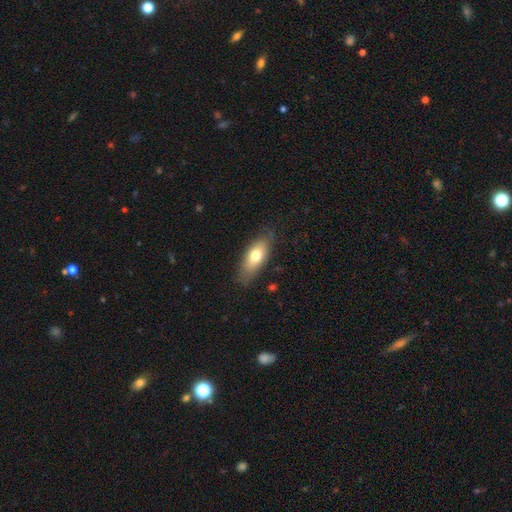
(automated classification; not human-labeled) Morphology: type=smooth (70%); roundness=in between (78%); merging=none (77%).